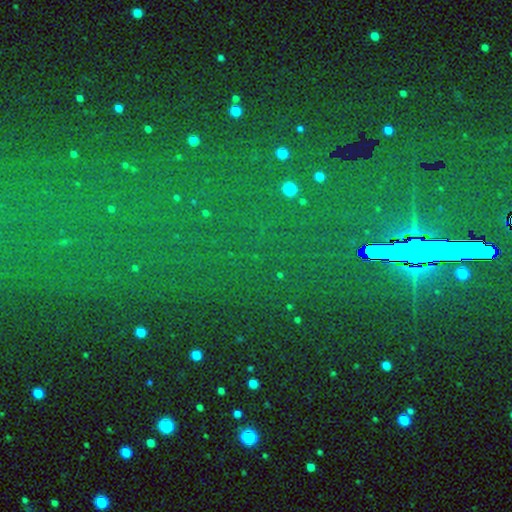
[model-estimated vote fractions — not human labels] A star or artifact, not a galaxy (84%).

Vote fractions:
- Smooth or featured? star or artifact: 84% / smooth: 9% / featured or disk: 7%